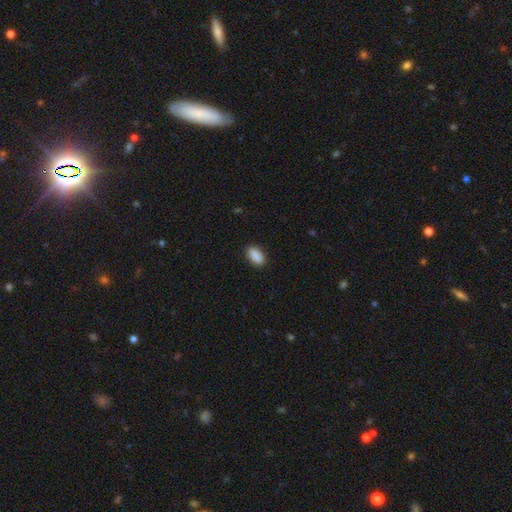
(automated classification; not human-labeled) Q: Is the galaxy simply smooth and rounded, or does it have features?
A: smooth — 89%.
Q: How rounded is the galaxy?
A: in between — 88%.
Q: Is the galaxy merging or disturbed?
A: none — 88%.